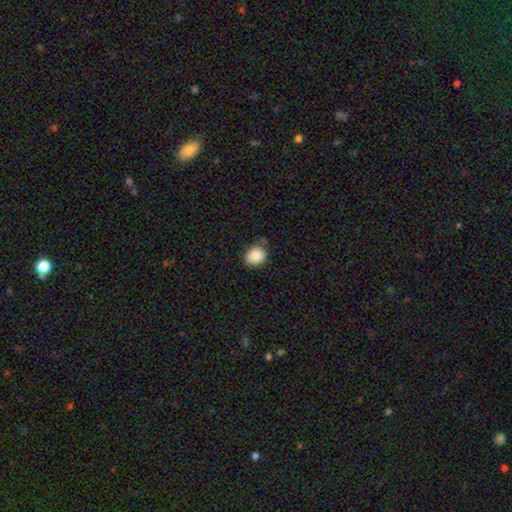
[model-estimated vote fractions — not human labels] This is clearly a smooth galaxy (84%). How rounded: possibly round (58%). Merging: likely none (71%).